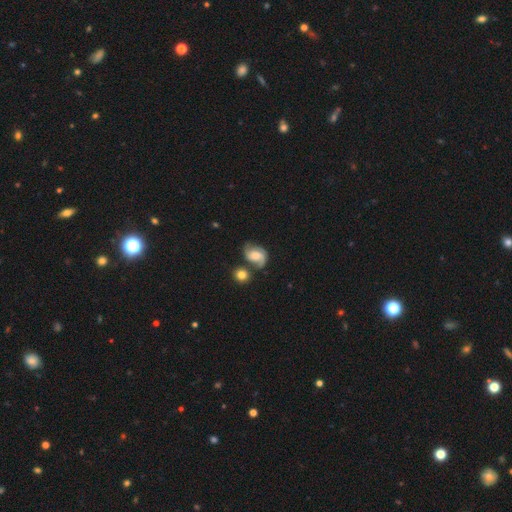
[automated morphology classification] smooth-or-featured: featured or disk: 70% | smooth: 23% | star or artifact: 7%
  disk-edge-on: no: 97% | yes: 3%
    bar: no: 48% | weak: 42% | strong: 9%
    has-spiral-arms: yes: 93% | no: 7%
      spiral-winding: medium: 50% | loose: 28% | tight: 22%
      spiral-arm-count: 2: 87% | can't tell: 5% | 1: 4% | 3: 2% | 4: 1% | more than 4: 1%
    bulge-size: moderate: 52% | small: 27% | large: 12% | none: 7% | dominant: 2%
  merging: none: 56% | minor disturbance: 19% | merger: 18% | major disturbance: 8%